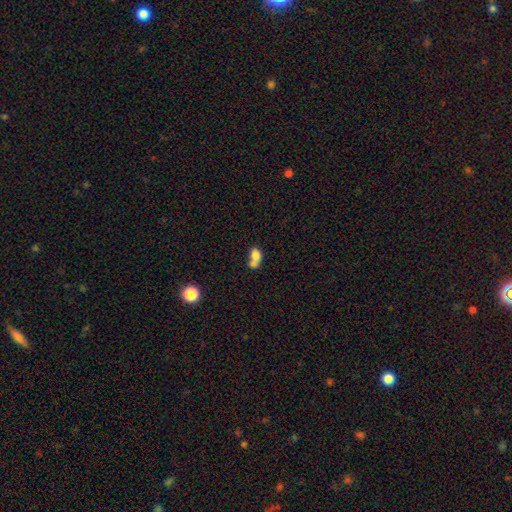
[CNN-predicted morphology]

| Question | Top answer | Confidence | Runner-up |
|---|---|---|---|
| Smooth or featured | smooth | 75% | featured or disk (15%) |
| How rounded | in between | 70% | round (28%) |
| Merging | merger | 64% | none (22%) |